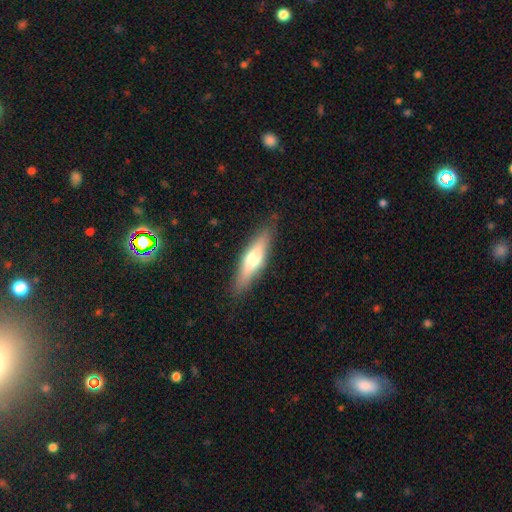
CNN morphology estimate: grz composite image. It shows a smooth galaxy with no disk features (53%) that is cigar-shaped (68%). Merging: none (84%).